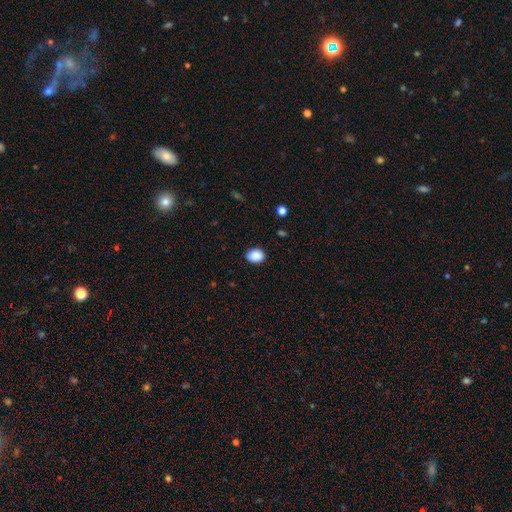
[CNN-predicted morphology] smooth_or_featured: smooth (p=0.89) [alt: star or artifact p=0.08]
how_rounded: in between (p=0.59) [alt: round p=0.40]
merging: none (p=0.84) [alt: minor disturbance p=0.13]